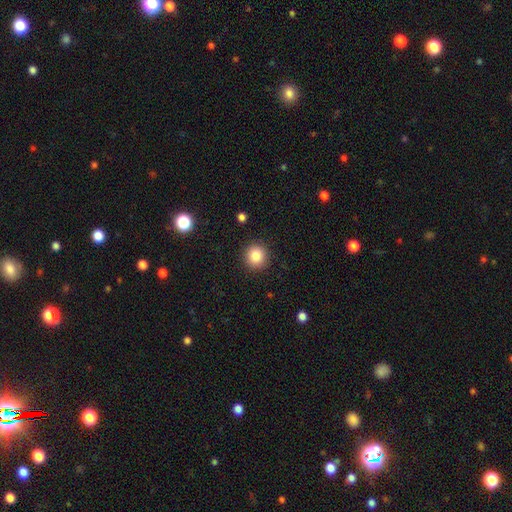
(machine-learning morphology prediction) Smooth or featured: smooth — 84% (star or artifact — 10%)
How rounded: round — 93% (in between — 6%)
Merging: none — 91% (minor disturbance — 6%)